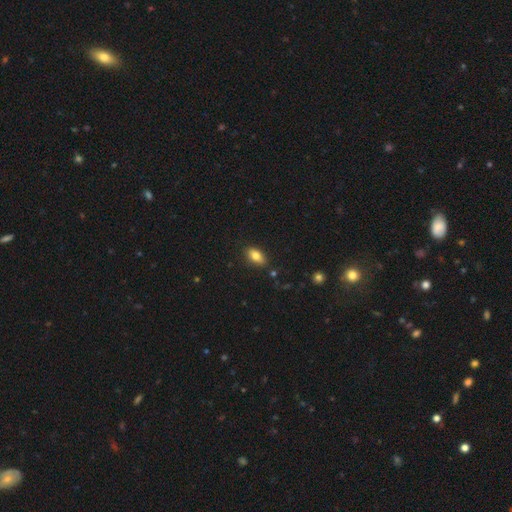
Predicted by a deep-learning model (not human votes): The model was most divided on "smooth or featured": smooth: 80%, featured or disk: 12%, star or artifact: 8%. More confident: how rounded — in between (88%); merging — none (84%).